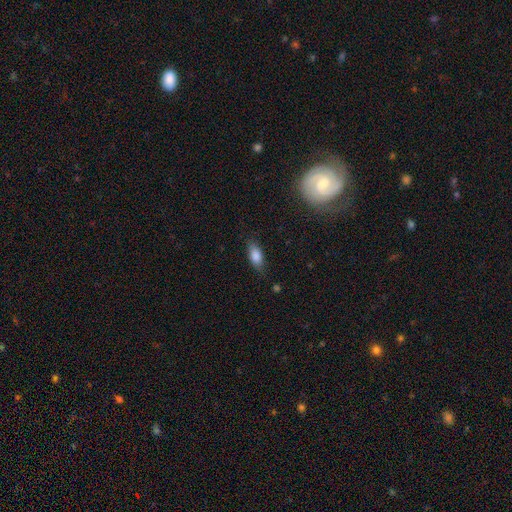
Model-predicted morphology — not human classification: This is clearly a smooth galaxy (84%). How rounded: clearly in between (83%). Merging: likely none (78%).